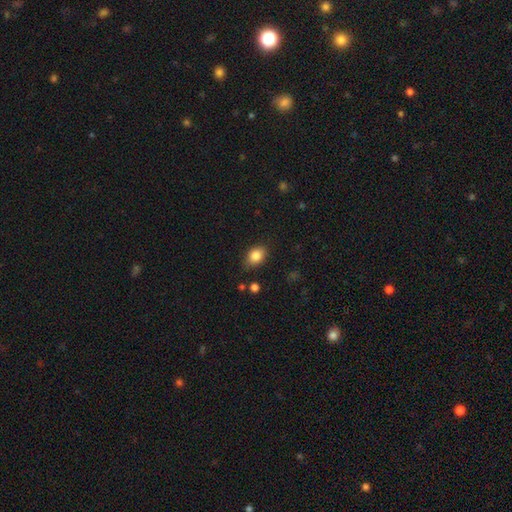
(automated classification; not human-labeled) Morphology: type=smooth (84%); roundness=in between (69%); merging=none (80%).